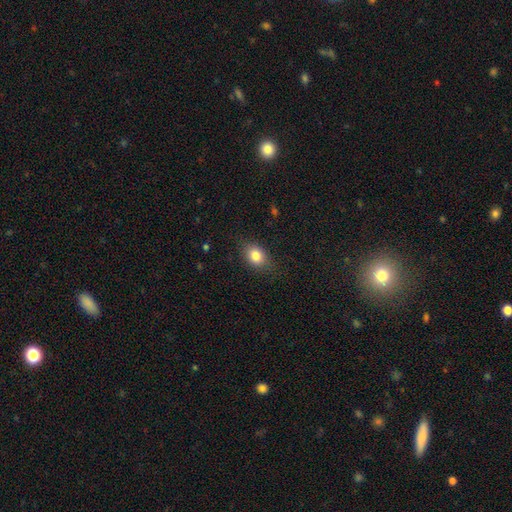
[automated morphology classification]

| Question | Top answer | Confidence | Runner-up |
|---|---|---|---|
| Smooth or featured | smooth | 82% | star or artifact (9%) |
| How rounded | in between | 64% | round (34%) |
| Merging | none | 80% | minor disturbance (15%) |